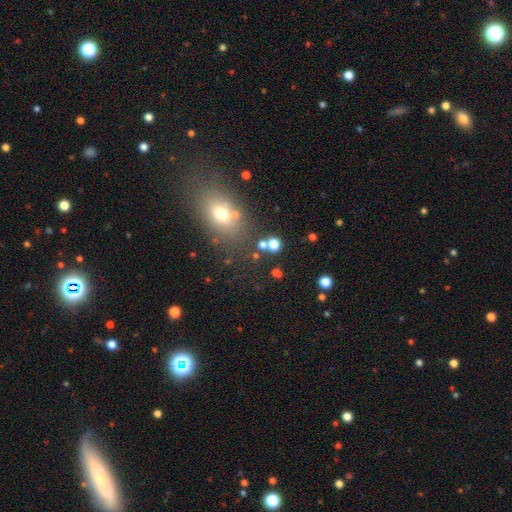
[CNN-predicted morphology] smooth 54%, star or artifact 31%, featured or disk 15%. Down the decision tree: how rounded — in between (54%); merging — none (71%).